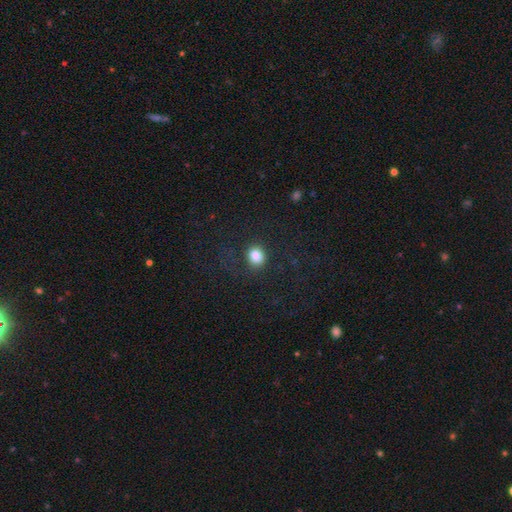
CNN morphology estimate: smooth_or_featured: smooth (p=0.83) [alt: star or artifact p=0.11]
how_rounded: round (p=0.70) [alt: in between p=0.29]
merging: none (p=0.82) [alt: minor disturbance p=0.10]